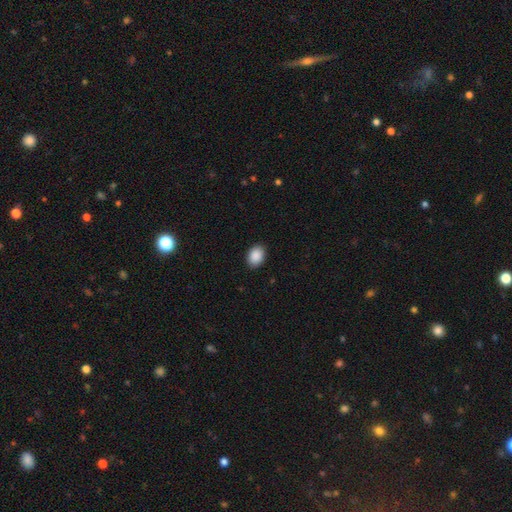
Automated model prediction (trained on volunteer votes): Q: Smooth or featured?
A: smooth (90%); runner-up: star or artifact (7%)
Q: How rounded?
A: in between (74%); runner-up: round (25%)
Q: Merging?
A: none (89%); runner-up: minor disturbance (8%)